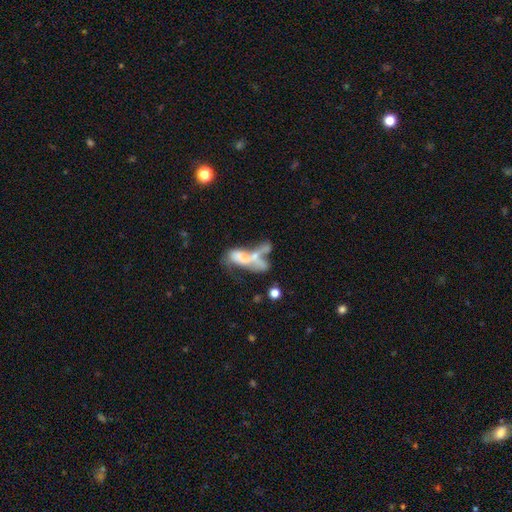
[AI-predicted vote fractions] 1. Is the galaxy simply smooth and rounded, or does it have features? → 45% smooth, 43% featured or disk, 12% star or artifact.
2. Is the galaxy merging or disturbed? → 62% merger, 19% major disturbance, 12% none, 7% minor disturbance.